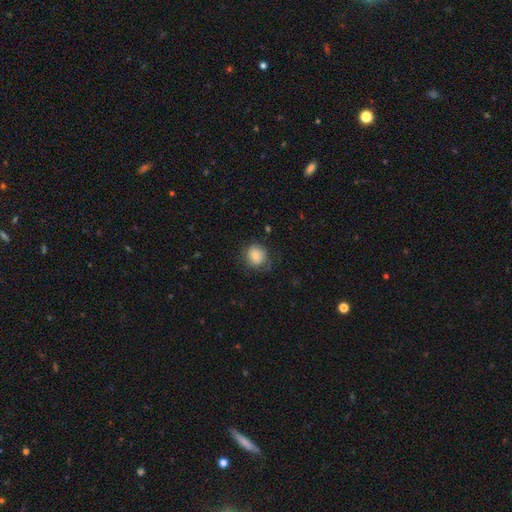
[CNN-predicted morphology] Q: Smooth or featured?
A: smooth (78%); runner-up: featured or disk (13%)
Q: How rounded?
A: round (75%); runner-up: in between (24%)
Q: Merging?
A: none (64%); runner-up: minor disturbance (23%)